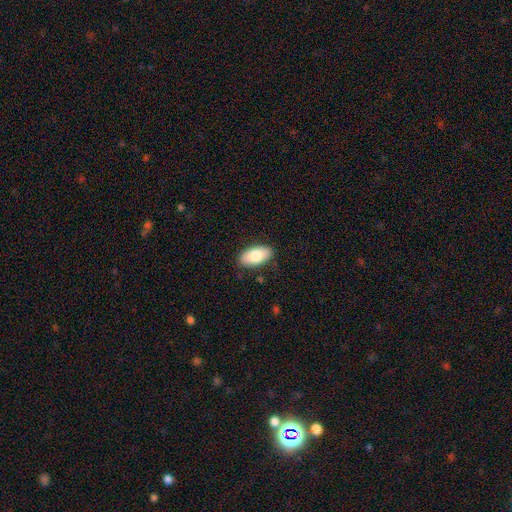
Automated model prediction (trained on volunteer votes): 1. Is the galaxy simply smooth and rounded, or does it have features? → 80% smooth, 14% featured or disk, 6% star or artifact.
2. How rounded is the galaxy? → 94% in between, 4% cigar-shaped, 3% round.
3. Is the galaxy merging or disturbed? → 87% none, 10% minor disturbance, 2% major disturbance, 1% merger.